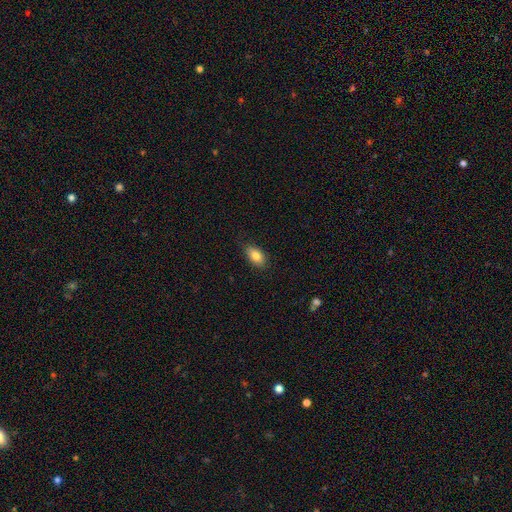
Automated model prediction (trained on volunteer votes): smooth_or_featured: smooth (p=0.83) [alt: featured or disk p=0.09]
how_rounded: in between (p=0.90) [alt: round p=0.06]
merging: none (p=0.84) [alt: minor disturbance p=0.12]